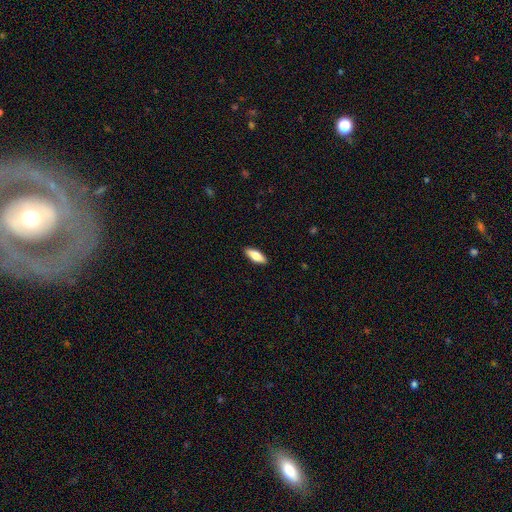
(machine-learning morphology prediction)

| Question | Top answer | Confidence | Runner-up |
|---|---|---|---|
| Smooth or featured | smooth | 74% | featured or disk (20%) |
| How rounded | in between | 67% | cigar-shaped (31%) |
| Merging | none | 90% | minor disturbance (8%) |